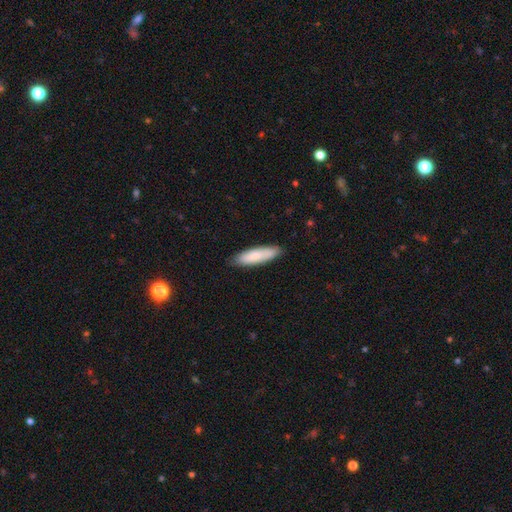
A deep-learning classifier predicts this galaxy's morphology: Overall: smooth (82%). How rounded: cigar-shaped (65%; in between 34%). Merging: none (86%).